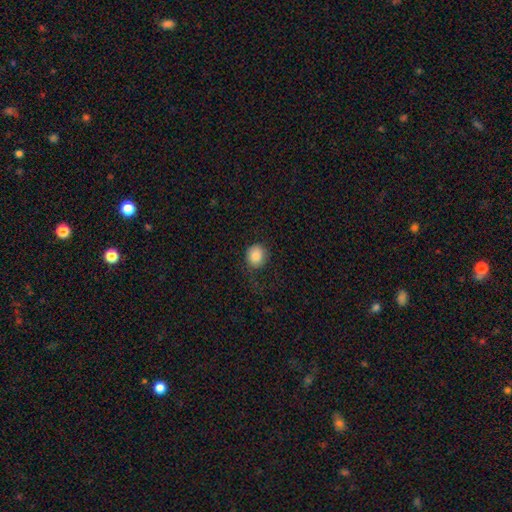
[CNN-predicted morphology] This is clearly a smooth galaxy (86%). How rounded: clearly round (80%). Merging: likely none (74%).